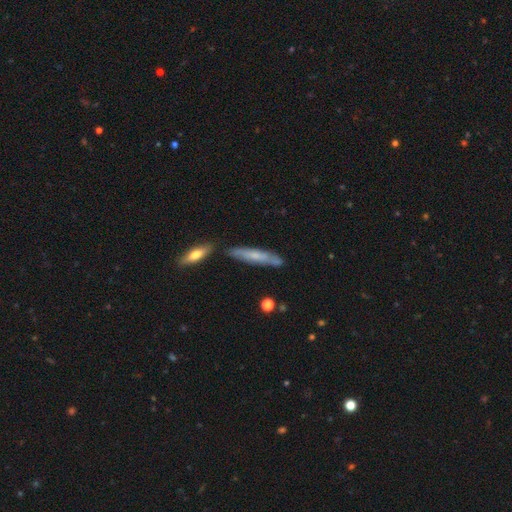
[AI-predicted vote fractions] This is possibly a smooth galaxy (54%). How rounded: clearly cigar-shaped (87%). Merging: likely none (76%).